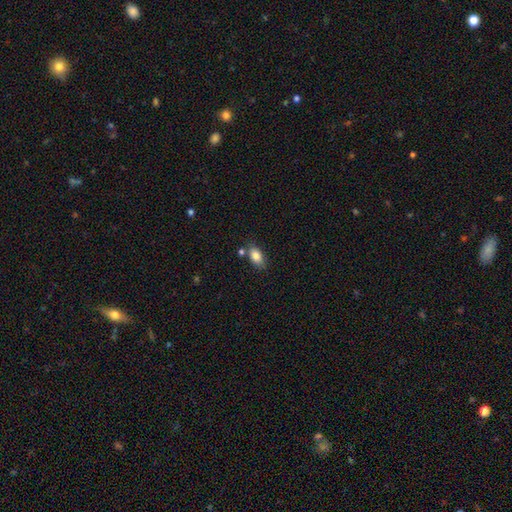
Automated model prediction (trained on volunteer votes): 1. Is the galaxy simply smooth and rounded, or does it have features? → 83% smooth, 9% featured or disk, 8% star or artifact.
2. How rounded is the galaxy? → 90% in between, 7% round, 3% cigar-shaped.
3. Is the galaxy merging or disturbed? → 73% none, 14% minor disturbance, 10% merger, 3% major disturbance.